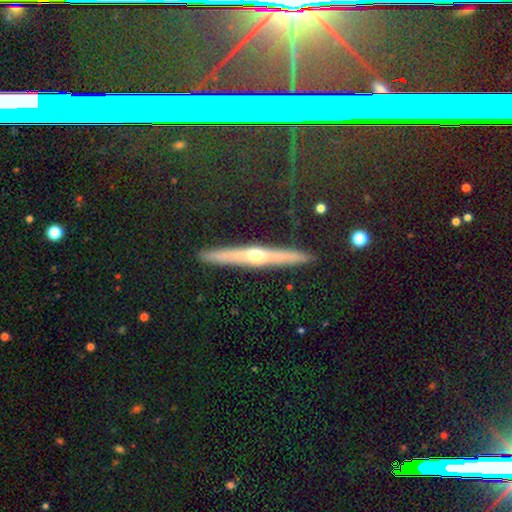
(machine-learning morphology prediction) type=featured or disk (68%); edge-on=yes (96%); edge-on bulge=rounded (88%); merging=none (91%).